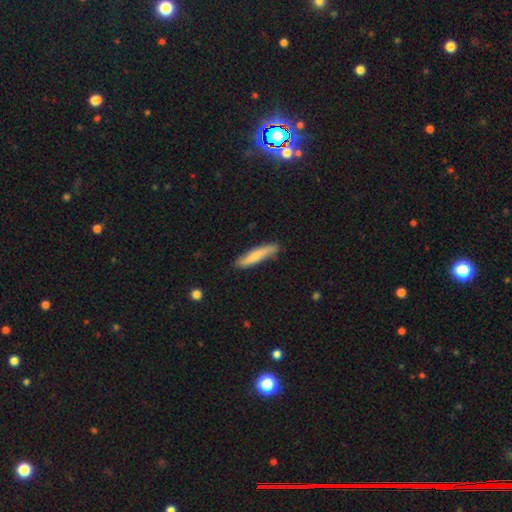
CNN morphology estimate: smooth_or_featured: smooth (p=0.68) [alt: featured or disk p=0.27]
how_rounded: cigar-shaped (p=0.87) [alt: in between p=0.12]
merging: none (p=0.80) [alt: minor disturbance p=0.15]